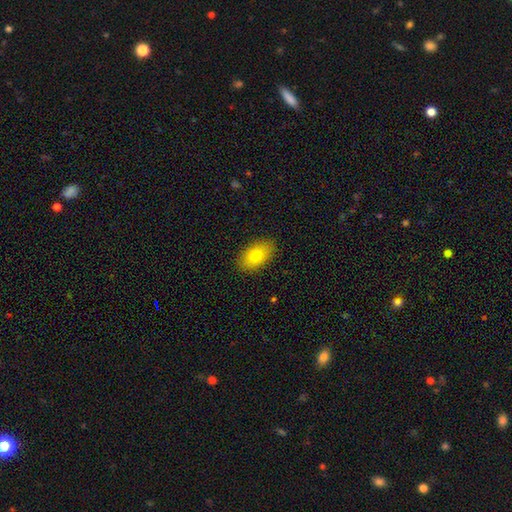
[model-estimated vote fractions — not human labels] A smooth galaxy with no disk features (77%) that is in between round and cigar-shaped (89%). Merging: none (88%).